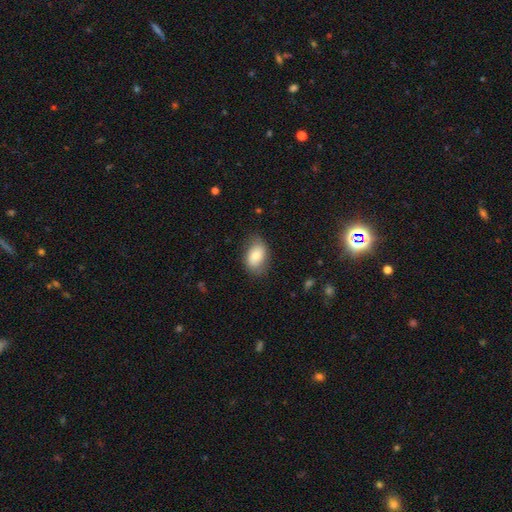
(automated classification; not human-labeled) A smooth galaxy with no disk features (74%) that is in between round and cigar-shaped (87%).

Vote fractions:
- Smooth or featured? smooth: 74% / featured or disk: 19% / star or artifact: 7%
- How rounded? in between: 87% / round: 12% / cigar-shaped: 1%
- Merging? none: 75% / minor disturbance: 19% / major disturbance: 5% / merger: 1%